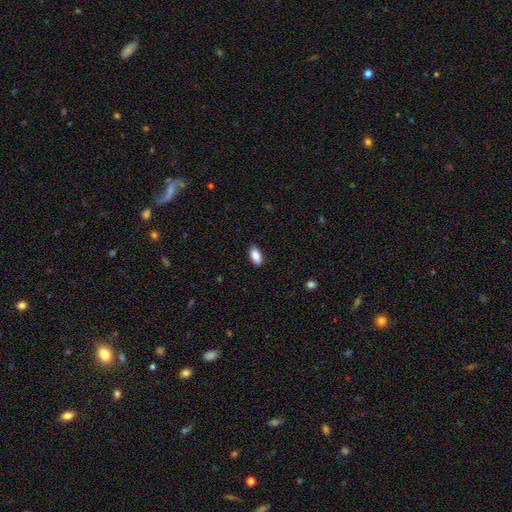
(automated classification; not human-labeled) Smooth or featured?
  - smooth: 89% *
  - star or artifact: 7%
  - featured or disk: 4%
How rounded?
  - in between: 90% *
  - cigar-shaped: 7%
  - round: 3%
Merging?
  - none: 87% *
  - minor disturbance: 10%
  - major disturbance: 2%
  - merger: 1%